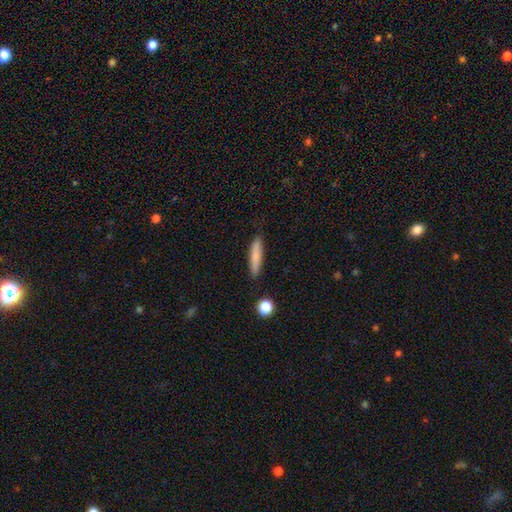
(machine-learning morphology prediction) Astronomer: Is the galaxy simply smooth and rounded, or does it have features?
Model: smooth — 79%.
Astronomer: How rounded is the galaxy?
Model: cigar-shaped — 84%.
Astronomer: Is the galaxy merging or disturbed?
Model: none — 85%.